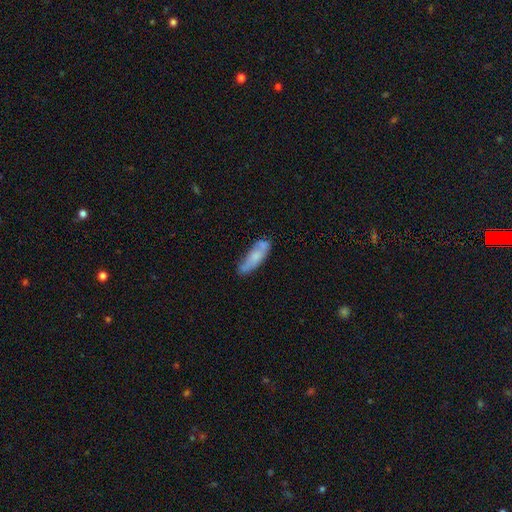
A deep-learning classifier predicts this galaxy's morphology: type=smooth (60%); roundness=cigar-shaped (53%); merging=none (60%).